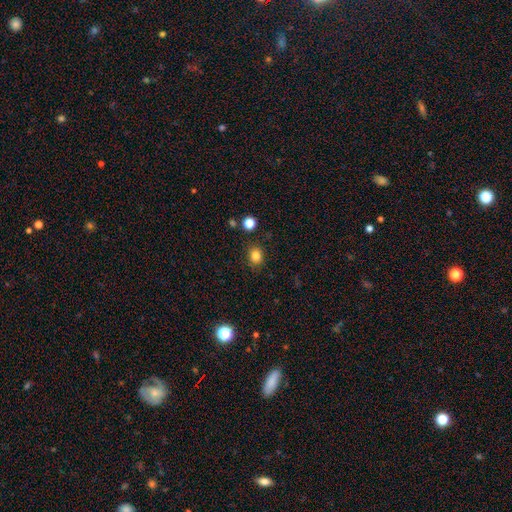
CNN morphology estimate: Smooth or featured? smooth (83%)
How rounded? round (64%)
Merging? none (85%)